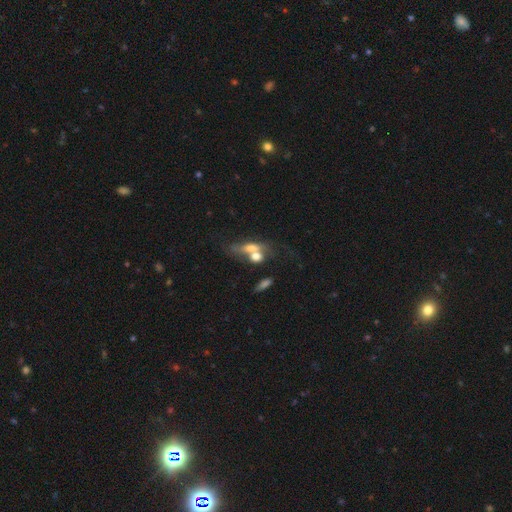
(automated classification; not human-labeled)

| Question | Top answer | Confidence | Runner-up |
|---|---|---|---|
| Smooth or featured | smooth | 51% | featured or disk (37%) |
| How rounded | in between | 53% | cigar-shaped (26%) |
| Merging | merger | 52% | none (24%) |